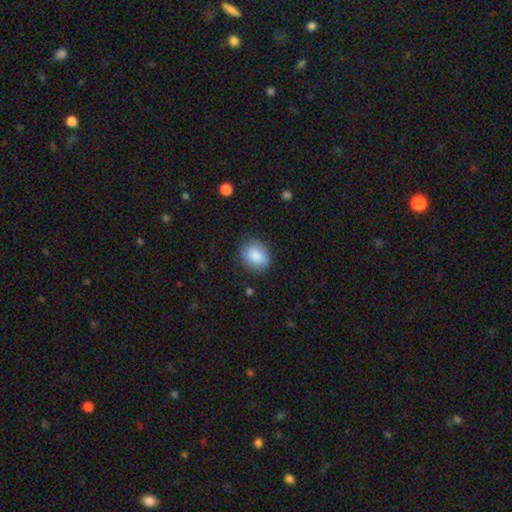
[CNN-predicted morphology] Smooth or featured? Predicted: smooth (p=0.86). How rounded? Predicted: in between (p=0.50). Merging? Predicted: none (p=0.81).